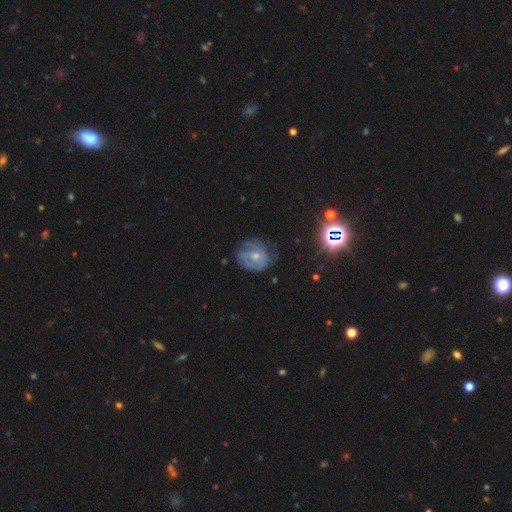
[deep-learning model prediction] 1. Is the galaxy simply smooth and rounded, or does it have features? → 60% featured or disk, 21% smooth, 19% star or artifact.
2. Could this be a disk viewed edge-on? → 97% no, 3% yes.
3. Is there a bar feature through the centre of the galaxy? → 71% no, 23% weak, 6% strong.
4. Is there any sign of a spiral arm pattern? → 76% yes, 24% no.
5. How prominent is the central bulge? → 50% small, 45% moderate, 2% none, 2% large, 1% dominant.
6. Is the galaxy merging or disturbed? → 66% none, 22% minor disturbance, 11% major disturbance, 2% merger.